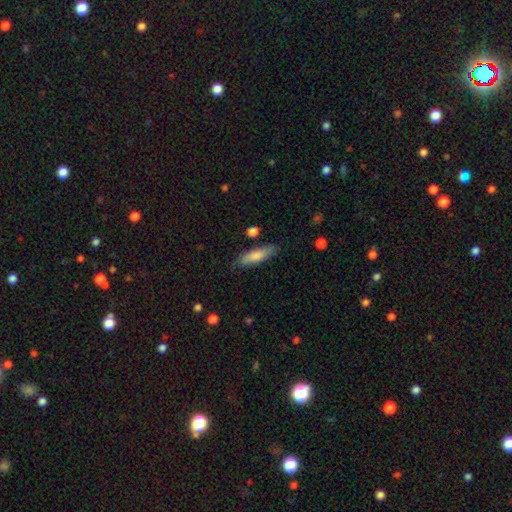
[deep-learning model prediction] This is likely a smooth galaxy (76%). How rounded: possibly cigar-shaped (58%). Merging: likely none (78%).